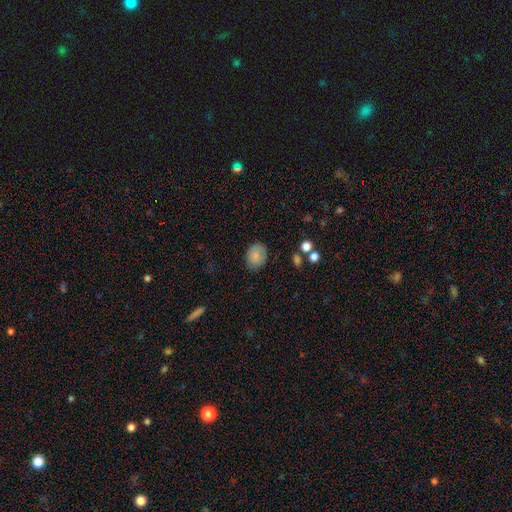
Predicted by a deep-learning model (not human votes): A smooth galaxy with no disk features (82%) that is round (50%).

Vote fractions:
- Smooth or featured? smooth: 82% / featured or disk: 9% / star or artifact: 8%
- How rounded? round: 50% / in between: 49% / cigar-shaped: 1%
- Merging? none: 80% / minor disturbance: 15% / major disturbance: 4% / merger: 2%